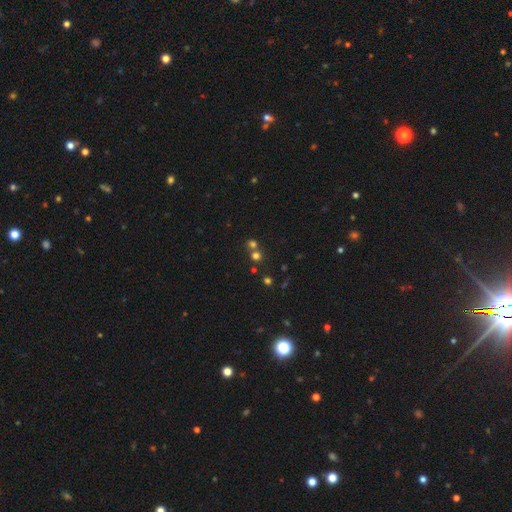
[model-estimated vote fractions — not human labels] Smooth or featured? Predicted: smooth (p=0.62). How rounded? Predicted: round (p=0.88). Merging? Predicted: none (p=0.56).